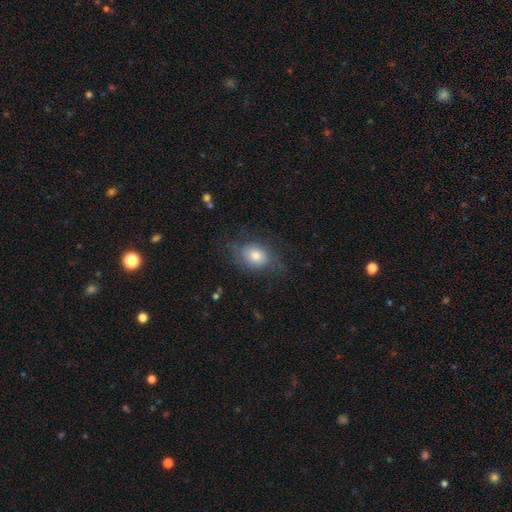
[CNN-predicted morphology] Smooth or featured? smooth (57%)
How rounded? in between (65%)
Merging? none (58%)